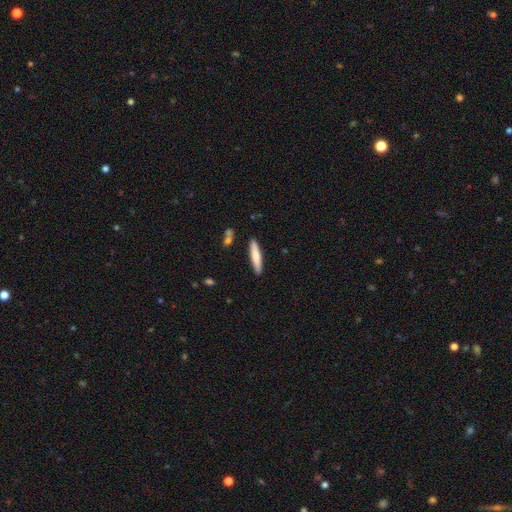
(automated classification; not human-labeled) Smooth or featured? Predicted: smooth (p=0.74). How rounded? Predicted: cigar-shaped (p=0.88). Merging? Predicted: none (p=0.88).